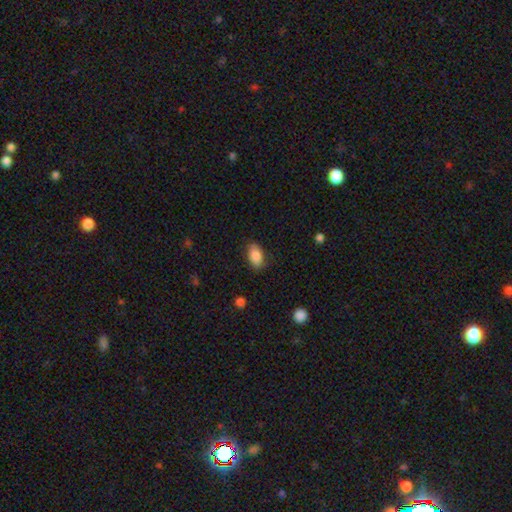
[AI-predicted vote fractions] smooth_or_featured: smooth (p=0.86) [alt: star or artifact p=0.07]
how_rounded: in between (p=0.91) [alt: round p=0.07]
merging: none (p=0.83) [alt: minor disturbance p=0.12]